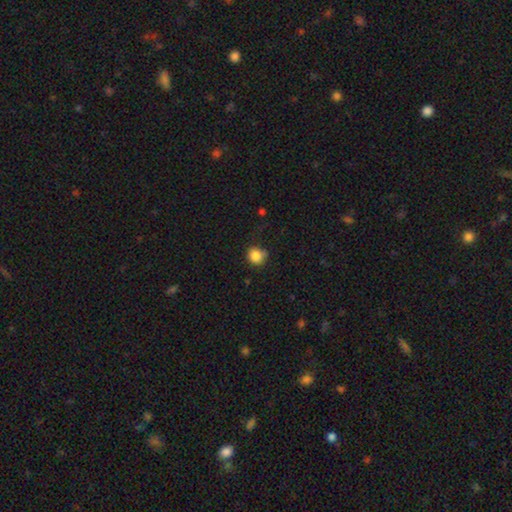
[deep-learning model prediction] smooth-or-featured: smooth: 85% | star or artifact: 10% | featured or disk: 5%
  how-rounded: round: 86% | in between: 13% | cigar-shaped: 1%
  merging: none: 69% | minor disturbance: 23% | major disturbance: 5% | merger: 3%